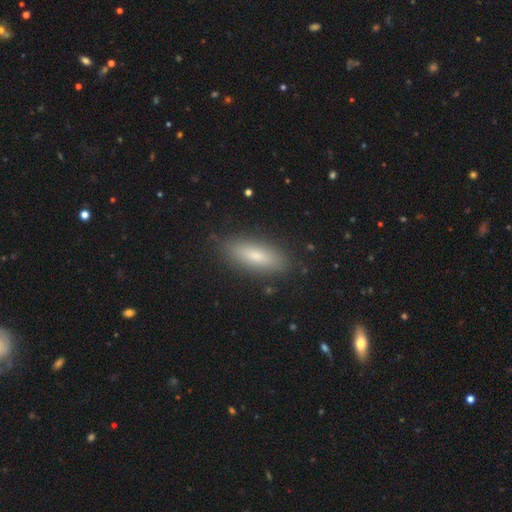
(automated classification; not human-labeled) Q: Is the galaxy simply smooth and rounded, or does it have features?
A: smooth — 73%.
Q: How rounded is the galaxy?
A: in between — 53%.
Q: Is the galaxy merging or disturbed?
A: none — 86%.